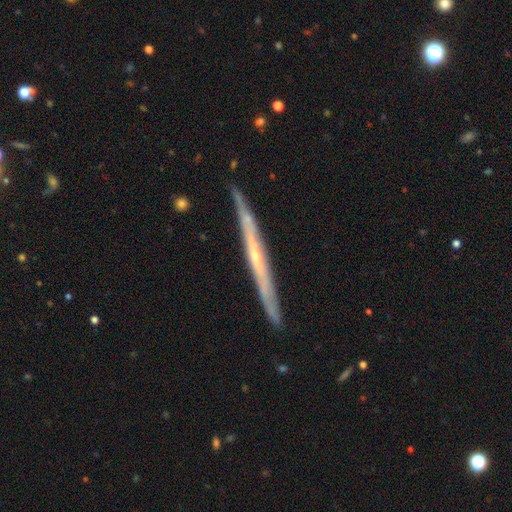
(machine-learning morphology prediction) This is likely a featured or disk galaxy (76%). It is clearly viewed edge-on (96%). Edge-on bulge: likely none (60%). Merging: clearly none (88%).